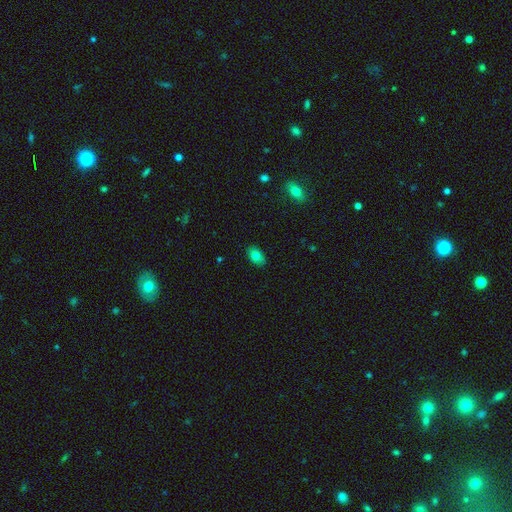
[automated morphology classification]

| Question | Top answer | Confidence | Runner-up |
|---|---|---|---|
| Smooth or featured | smooth | 79% | featured or disk (12%) |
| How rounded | in between | 87% | round (11%) |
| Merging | none | 87% | minor disturbance (10%) |